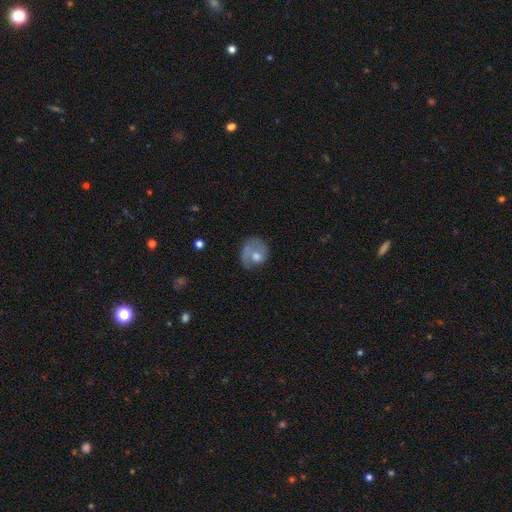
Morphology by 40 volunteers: Q: Smooth or featured?
A: featured or disk (65%); runner-up: smooth (32%)
Q: Edge-on disk?
A: no (96%); runner-up: yes (4%)
Q: Bar?
A: no (80%); runner-up: weak (16%)
Q: Spiral arms?
A: yes (68%); runner-up: no (32%)
Q: Spiral winding?
A: tight (47%); runner-up: loose (29%)
Q: Spiral arm count?
A: 1 (47%); runner-up: 2 (41%)
Q: Bulge size?
A: moderate (60%); runner-up: small (24%)
Q: Merging?
A: major disturbance (44%); runner-up: none (38%)